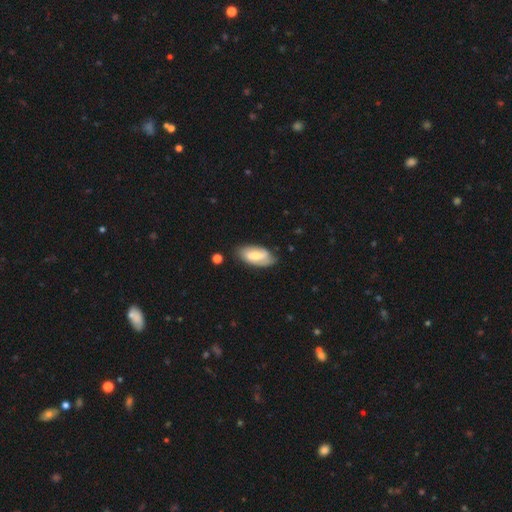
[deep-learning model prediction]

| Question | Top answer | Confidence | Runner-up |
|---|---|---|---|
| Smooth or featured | smooth | 50% | featured or disk (44%) |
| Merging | none | 71% | minor disturbance (22%) |